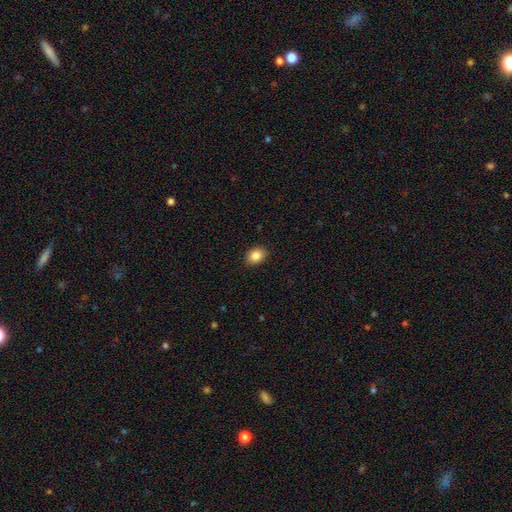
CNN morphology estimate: This is clearly a smooth galaxy (86%). How rounded: possibly in between (59%). Merging: clearly none (90%).